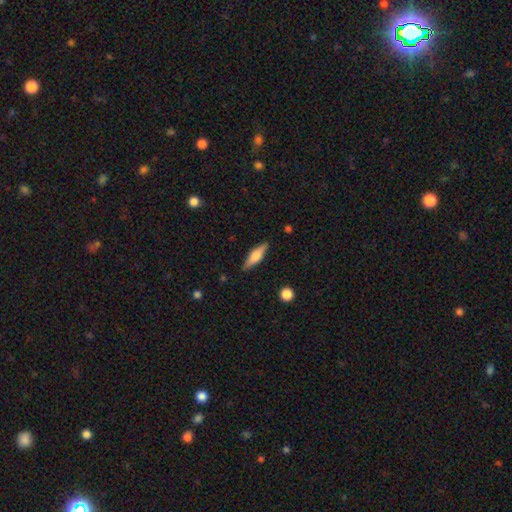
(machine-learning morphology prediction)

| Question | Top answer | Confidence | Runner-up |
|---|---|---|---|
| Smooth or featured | smooth | 52% | featured or disk (41%) |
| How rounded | cigar-shaped | 59% | in between (38%) |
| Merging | none | 87% | minor disturbance (9%) |